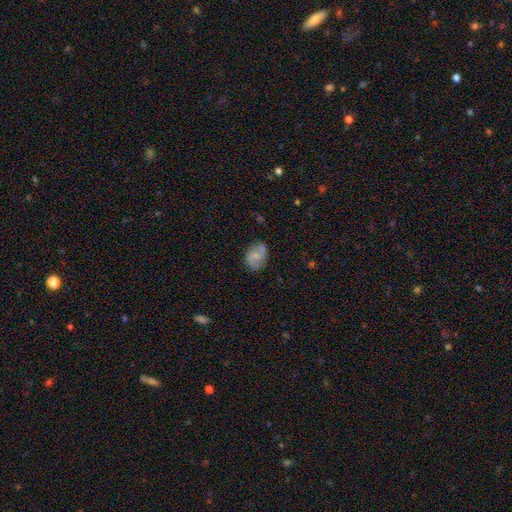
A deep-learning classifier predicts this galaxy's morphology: The model was most divided on "smooth or featured": featured or disk: 47%, smooth: 46%, star or artifact: 8%. More confident: merging — none (70%).